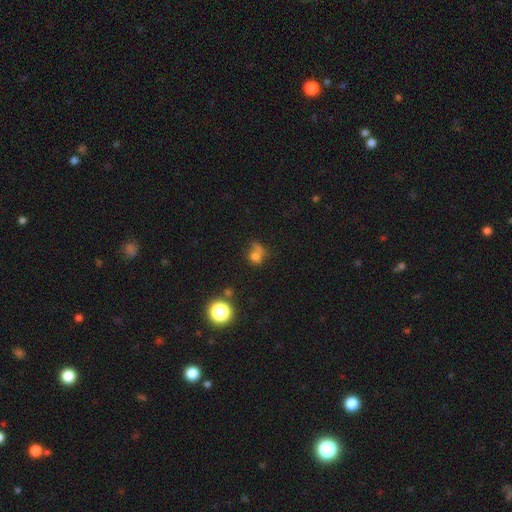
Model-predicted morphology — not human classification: A smooth galaxy with no disk features (66%) that is round (65%). Merging: none (34%).